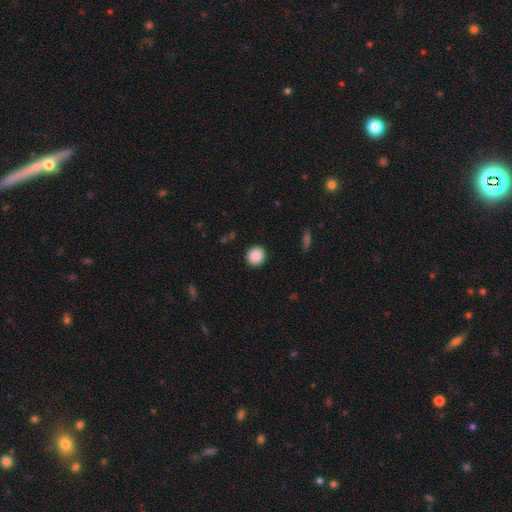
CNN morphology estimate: smooth 88%, star or artifact 8%, featured or disk 4%. Down the decision tree: how rounded — round (90%); merging — none (92%).